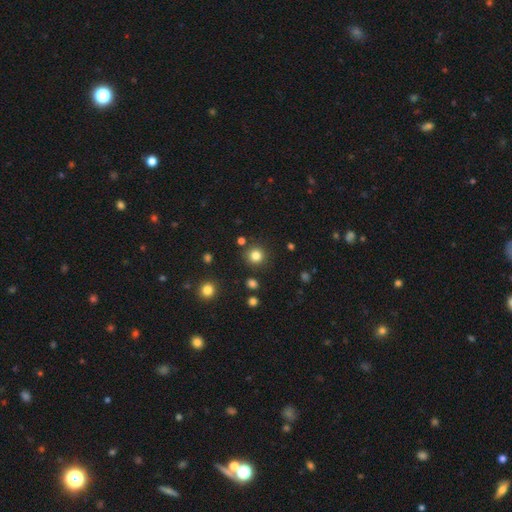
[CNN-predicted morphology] Smooth or featured?
  - smooth: 83% *
  - star or artifact: 13%
  - featured or disk: 5%
How rounded?
  - round: 94% *
  - in between: 6%
  - cigar-shaped: 1%
Merging?
  - none: 88% *
  - minor disturbance: 7%
  - merger: 3%
  - major disturbance: 3%